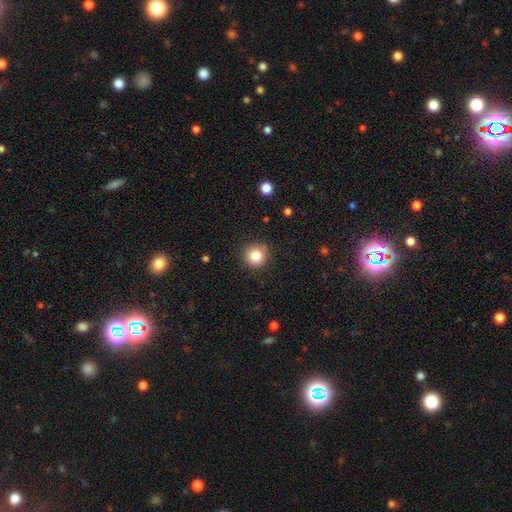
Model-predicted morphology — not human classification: Overall: smooth (85%). How rounded: round (93%). Merging: none (85%).